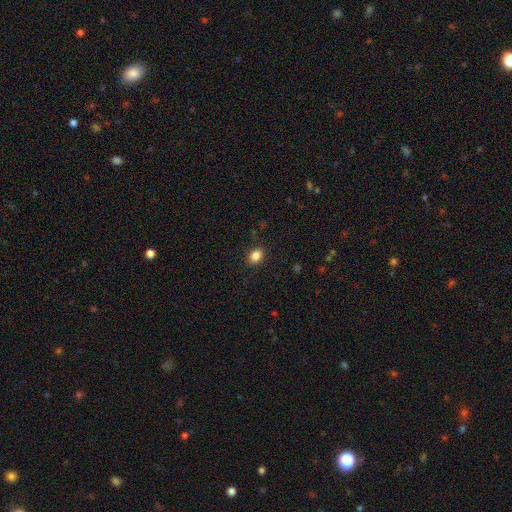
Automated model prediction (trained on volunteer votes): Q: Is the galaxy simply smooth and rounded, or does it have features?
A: smooth — 86%.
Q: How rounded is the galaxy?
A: in between — 66%.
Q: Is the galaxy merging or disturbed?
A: none — 88%.